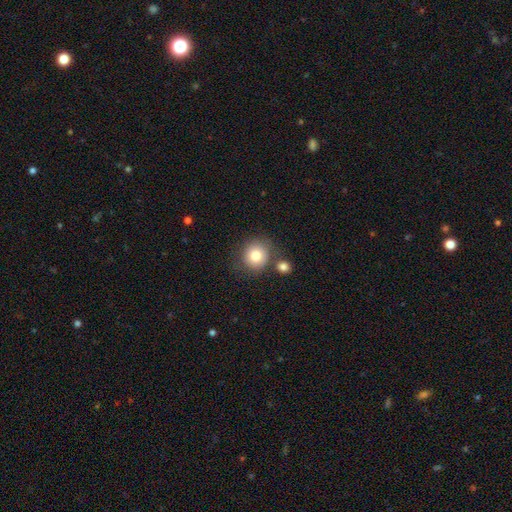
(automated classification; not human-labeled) smooth-or-featured: smooth: 79% | featured or disk: 11% | star or artifact: 10%
  how-rounded: round: 86% | in between: 13% | cigar-shaped: 1%
  merging: none: 69% | merger: 15% | minor disturbance: 12% | major disturbance: 4%